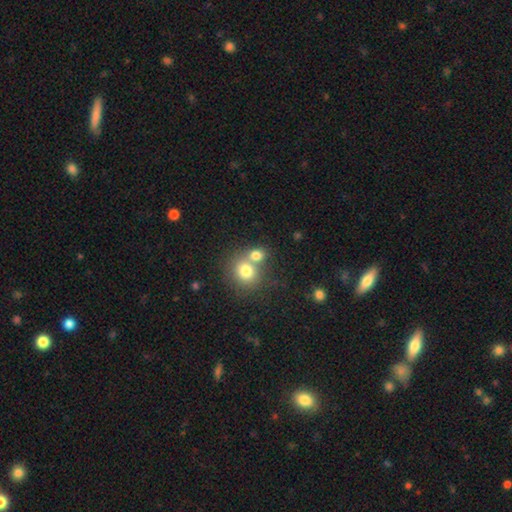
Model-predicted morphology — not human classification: Overall: smooth (76%). How rounded: round (72%). Merging: merger (51%; none 39%).